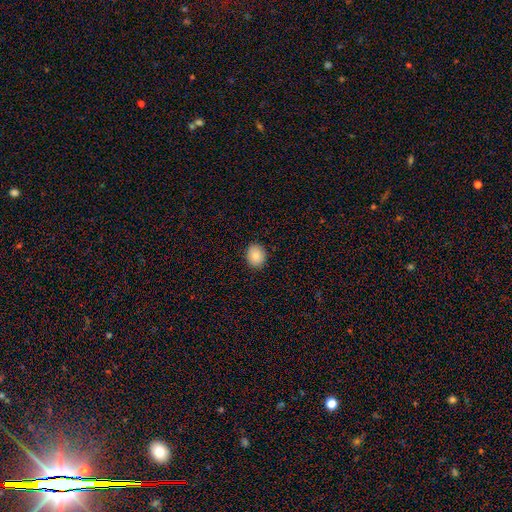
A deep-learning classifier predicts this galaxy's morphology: Smooth or featured? smooth (85%)
How rounded? round (63%)
Merging? none (90%)